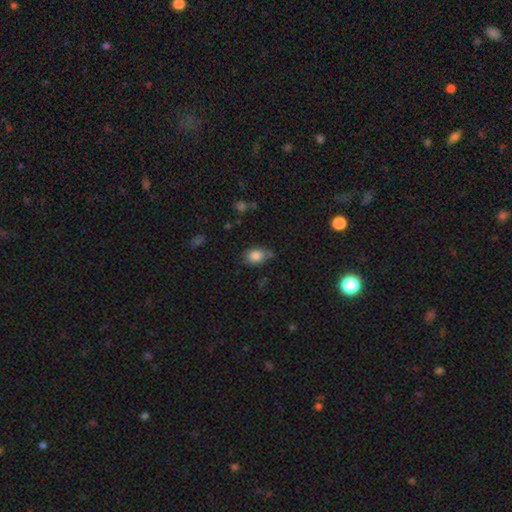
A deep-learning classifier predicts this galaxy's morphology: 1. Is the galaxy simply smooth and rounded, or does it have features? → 84% smooth, 9% star or artifact, 7% featured or disk.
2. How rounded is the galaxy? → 70% in between, 28% round, 1% cigar-shaped.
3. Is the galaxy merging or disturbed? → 64% none, 25% minor disturbance, 6% merger, 6% major disturbance.